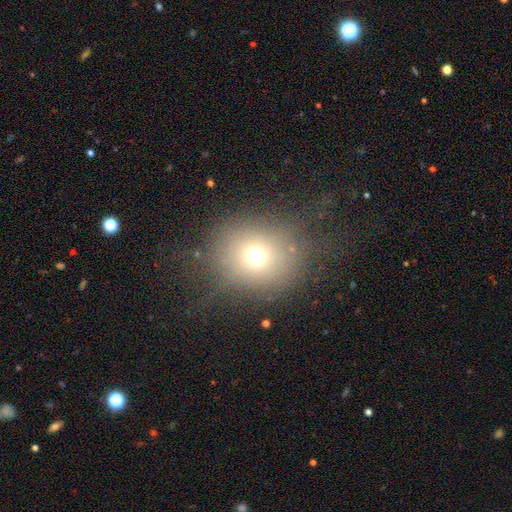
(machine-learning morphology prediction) type=smooth (66%); roundness=round (78%); merging=none (65%).